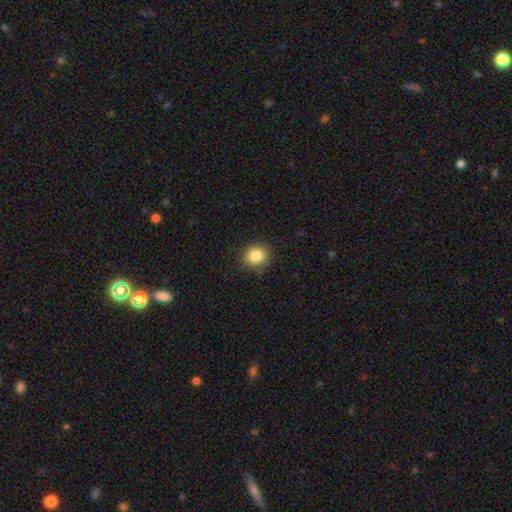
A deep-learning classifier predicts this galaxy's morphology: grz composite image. It shows a smooth galaxy with no disk features (85%) that is round (81%). Merging: none (88%).